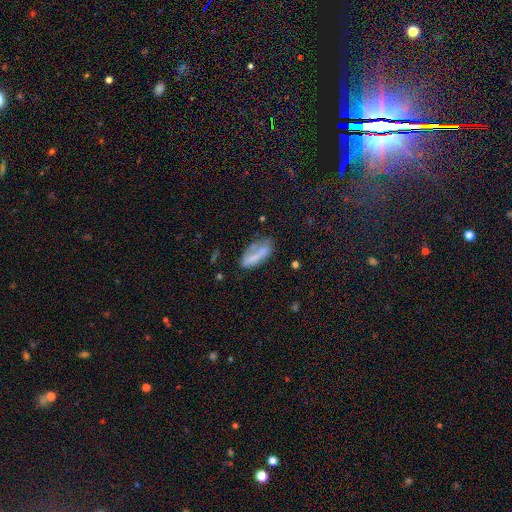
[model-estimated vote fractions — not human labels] Overall: smooth (61%; featured or disk 28%). How rounded: in between (70%). Merging: none (43%; minor disturbance 27%).